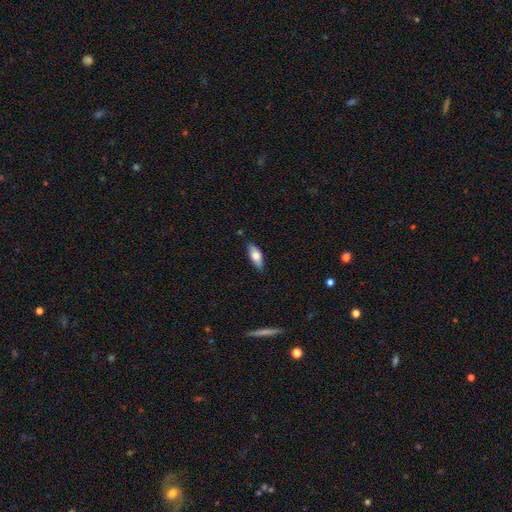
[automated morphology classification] Overall: smooth (71%). How rounded: in between (78%). Merging: none (84%).